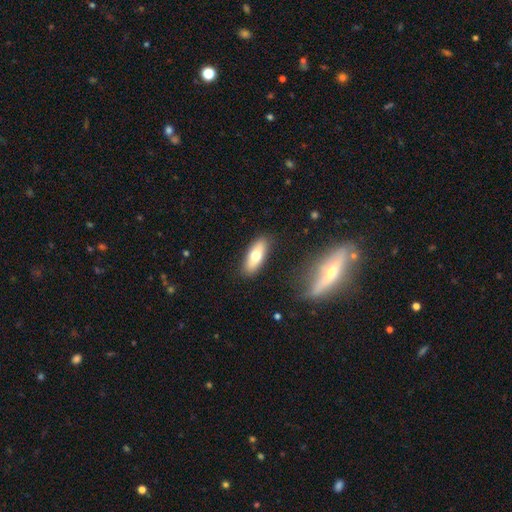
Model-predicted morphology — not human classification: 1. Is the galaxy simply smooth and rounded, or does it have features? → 67% smooth, 27% featured or disk, 7% star or artifact.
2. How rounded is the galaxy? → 71% in between, 26% cigar-shaped, 3% round.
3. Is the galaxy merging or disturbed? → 86% none, 9% minor disturbance, 2% major disturbance, 2% merger.